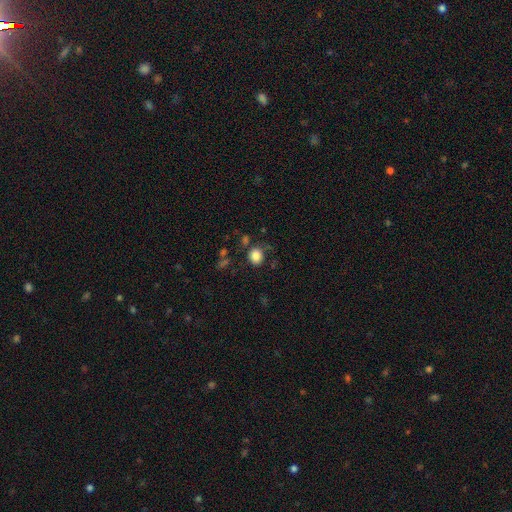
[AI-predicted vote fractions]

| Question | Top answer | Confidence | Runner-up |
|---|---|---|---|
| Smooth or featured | smooth | 84% | star or artifact (10%) |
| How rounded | round | 73% | in between (26%) |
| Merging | none | 74% | minor disturbance (15%) |